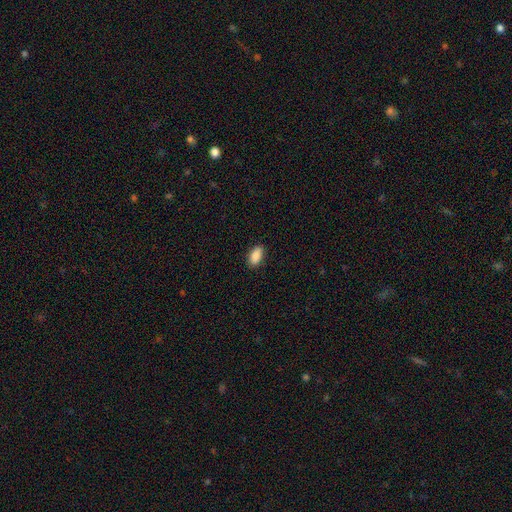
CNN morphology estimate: Smooth or featured: smooth — 90% (star or artifact — 7%)
How rounded: in between — 92% (cigar-shaped — 5%)
Merging: none — 88% (minor disturbance — 9%)